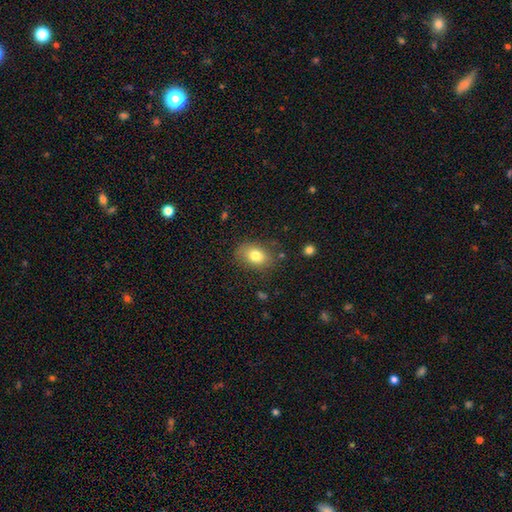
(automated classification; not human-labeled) Smooth or featured? Predicted: smooth (p=0.78). How rounded? Predicted: in between (p=0.74). Merging? Predicted: none (p=0.79).